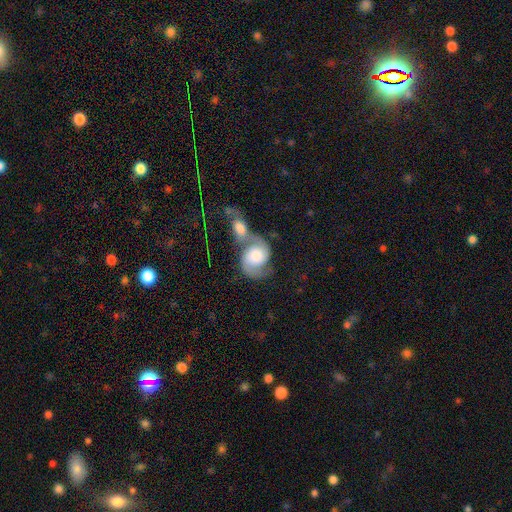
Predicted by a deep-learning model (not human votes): Smooth or featured? featured or disk (74%)
Edge-on disk? no (97%)
Bar? no (68%)
Spiral arms? yes (93%)
Spiral winding? medium (48%)
Spiral arm count? 2 (88%)
Bulge size? moderate (38%)
Merging? merger (66%)